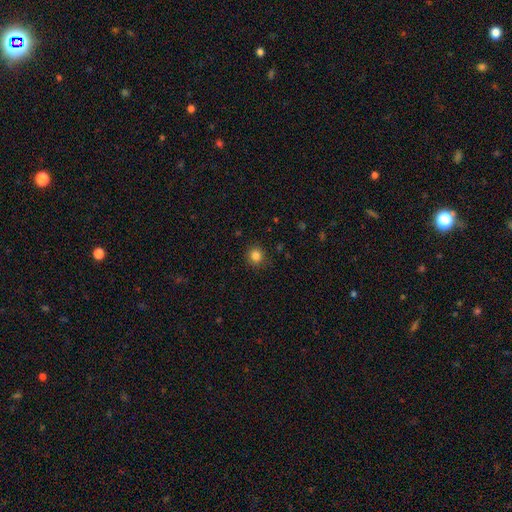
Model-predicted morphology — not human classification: smooth_or_featured: smooth (p=0.84) [alt: star or artifact p=0.12]
how_rounded: round (p=0.91) [alt: in between p=0.08]
merging: none (p=0.89) [alt: minor disturbance p=0.08]